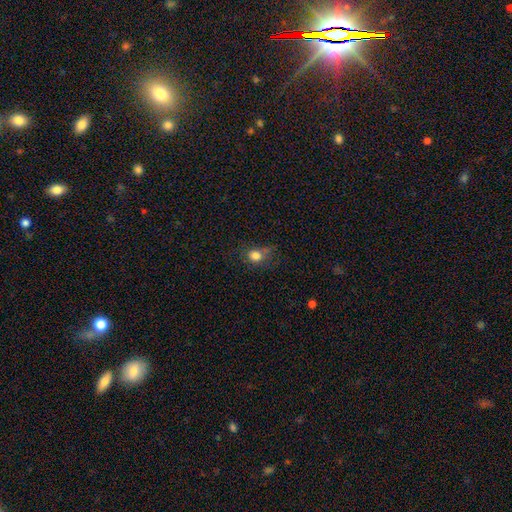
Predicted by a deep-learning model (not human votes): This appears to be a smooth galaxy with no disk features (80%) that is round (70%). Merging: none (59%).